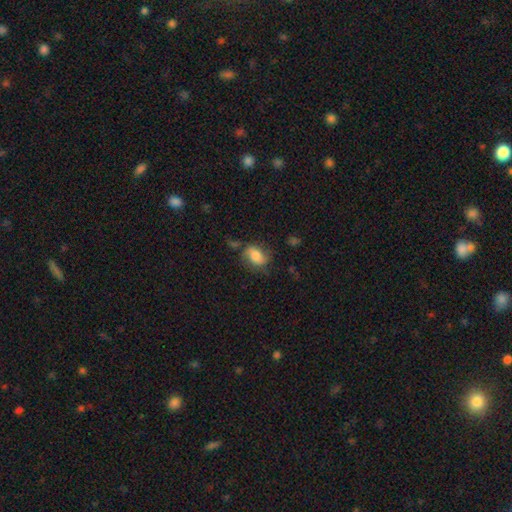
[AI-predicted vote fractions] Morphology: type=smooth (67%); roundness=in between (79%); merging=none (57%).